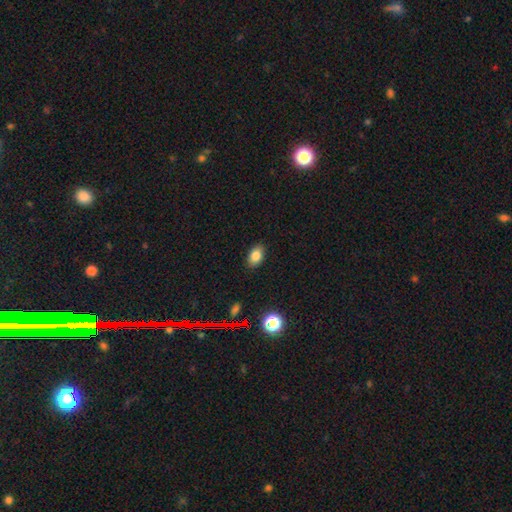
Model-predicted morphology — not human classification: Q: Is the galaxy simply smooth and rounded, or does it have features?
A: smooth — 82%.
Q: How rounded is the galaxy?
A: in between — 86%.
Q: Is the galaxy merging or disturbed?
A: none — 87%.